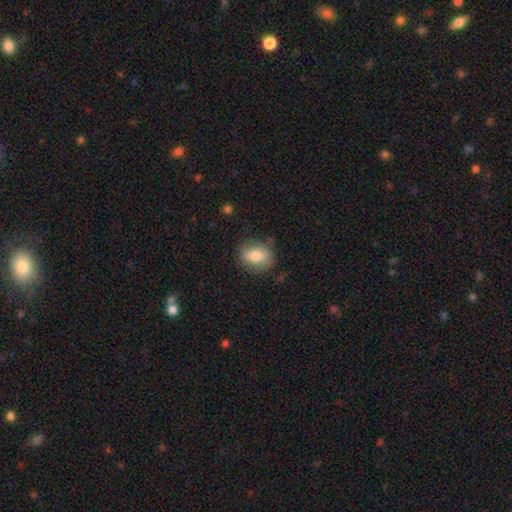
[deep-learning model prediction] A smooth galaxy with no disk features (74%) that is in between round and cigar-shaped (54%).

Vote fractions:
- Smooth or featured? smooth: 74% / featured or disk: 18% / star or artifact: 8%
- How rounded? in between: 54% / round: 44% / cigar-shaped: 2%
- Merging? none: 77% / minor disturbance: 17% / major disturbance: 5% / merger: 2%